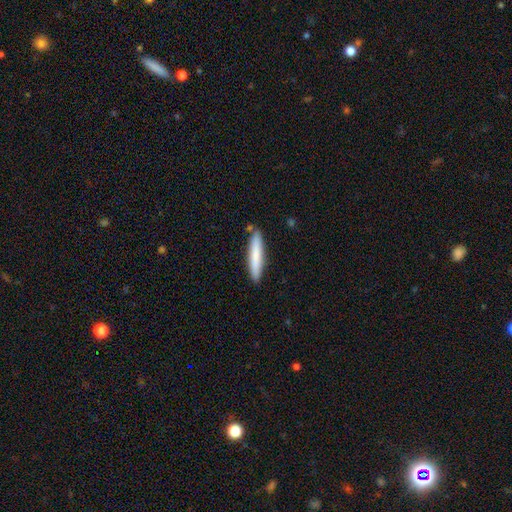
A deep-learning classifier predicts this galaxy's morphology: Smooth or featured? Predicted: smooth (p=0.77). How rounded? Predicted: cigar-shaped (p=0.92). Merging? Predicted: none (p=0.86).